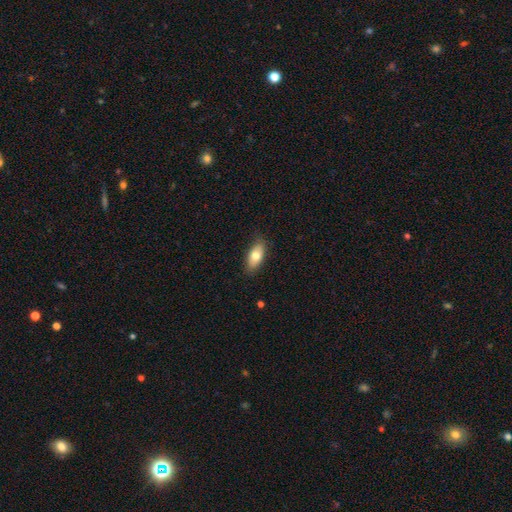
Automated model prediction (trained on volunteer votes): Smooth or featured? Predicted: smooth (p=0.75). How rounded? Predicted: in between (p=0.86). Merging? Predicted: none (p=0.84).